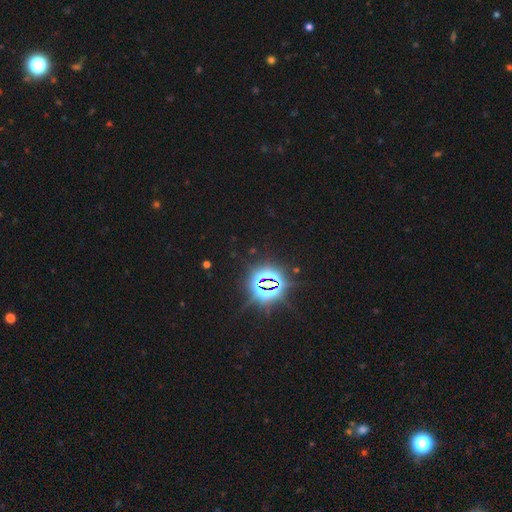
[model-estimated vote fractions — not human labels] A star or artifact, not a galaxy (85%).

Vote fractions:
- Smooth or featured? star or artifact: 85% / smooth: 10% / featured or disk: 5%